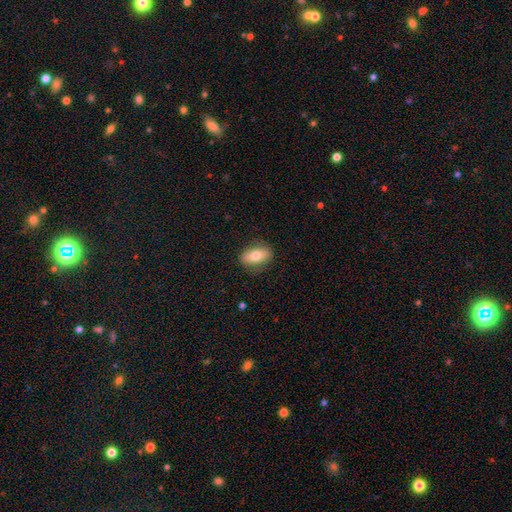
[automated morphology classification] smooth 73%, featured or disk 20%, star or artifact 7%. Down the decision tree: how rounded — in between (87%); merging — none (83%).